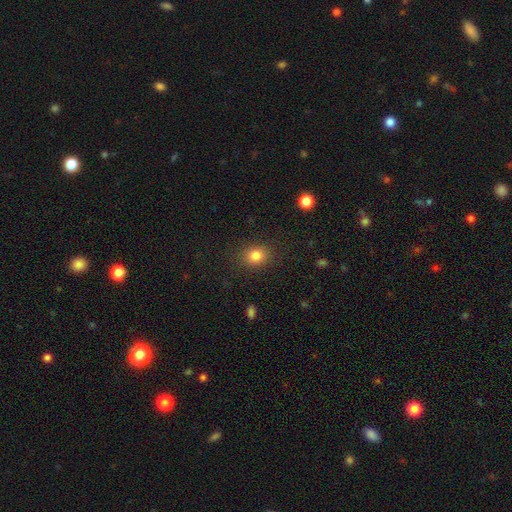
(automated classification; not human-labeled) smooth_or_featured: smooth (p=0.83) [alt: star or artifact p=0.11]
how_rounded: round (p=0.63) [alt: in between p=0.36]
merging: none (p=0.87) [alt: minor disturbance p=0.09]